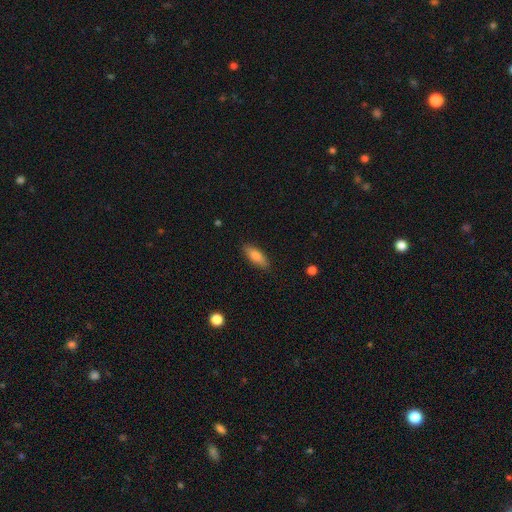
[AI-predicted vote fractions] A smooth galaxy with no disk features (79%) that is in between round and cigar-shaped (63%).

Vote fractions:
- Smooth or featured? smooth: 79% / featured or disk: 14% / star or artifact: 7%
- How rounded? in between: 63% / cigar-shaped: 35% / round: 2%
- Merging? none: 86% / minor disturbance: 11% / major disturbance: 2% / merger: 1%